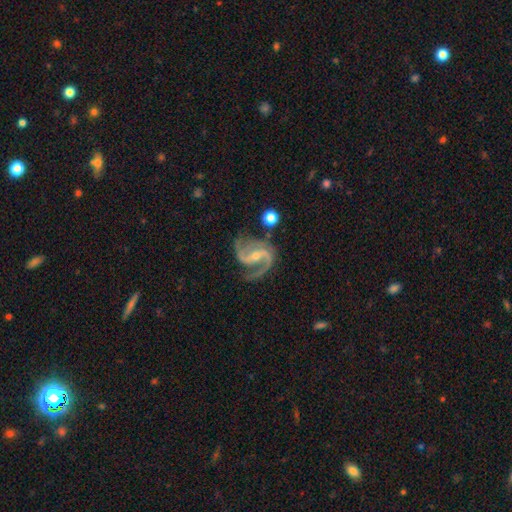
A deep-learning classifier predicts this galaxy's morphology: Q: Smooth or featured?
A: featured or disk (93%); runner-up: star or artifact (5%)
Q: Edge-on disk?
A: no (98%); runner-up: yes (2%)
Q: Bar?
A: strong (42%); runner-up: weak (39%)
Q: Spiral arms?
A: yes (98%); runner-up: no (2%)
Q: Spiral winding?
A: medium (63%); runner-up: loose (21%)
Q: Spiral arm count?
A: 2 (89%); runner-up: 3 (5%)
Q: Bulge size?
A: small (65%); runner-up: moderate (30%)
Q: Merging?
A: none (72%); runner-up: minor disturbance (17%)